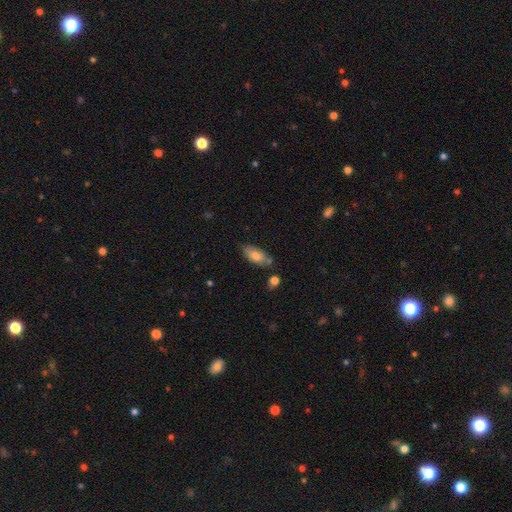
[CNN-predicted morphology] A smooth galaxy with no disk features (78%) that is in between round and cigar-shaped (88%). Merging: none (67%).